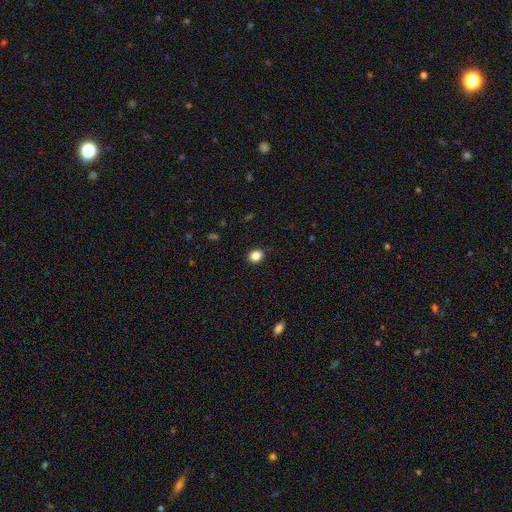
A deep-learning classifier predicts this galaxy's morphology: Smooth or featured?
  - smooth: 85% *
  - star or artifact: 11%
  - featured or disk: 4%
How rounded?
  - round: 61% *
  - in between: 38%
  - cigar-shaped: 1%
Merging?
  - none: 89% *
  - minor disturbance: 8%
  - major disturbance: 2%
  - merger: 1%